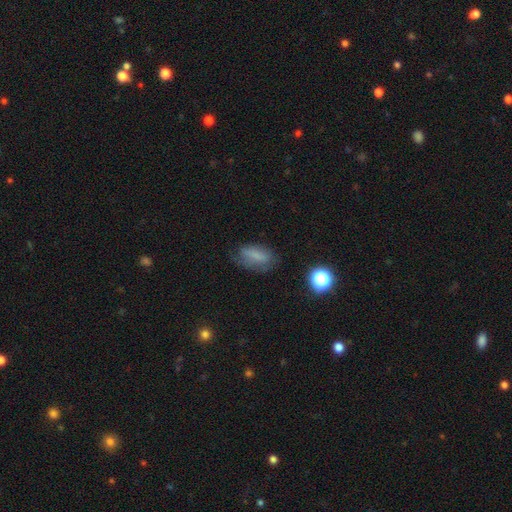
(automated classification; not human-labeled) smooth-or-featured: smooth: 68% | featured or disk: 19% | star or artifact: 13%
  how-rounded: in between: 85% | cigar-shaped: 8% | round: 8%
  merging: none: 58% | minor disturbance: 28% | major disturbance: 13% | merger: 2%